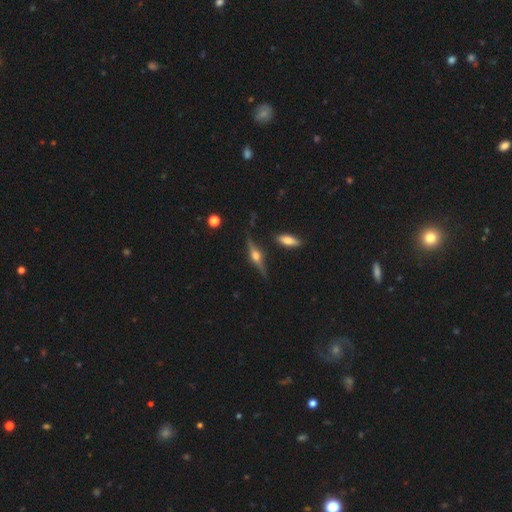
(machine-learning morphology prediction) Smooth or featured: featured or disk — 78% (smooth — 15%)
Edge-on disk: yes — 97% (no — 3%)
Edge-on bulge: rounded — 94% (boxy — 4%)
Merging: none — 82% (minor disturbance — 13%)